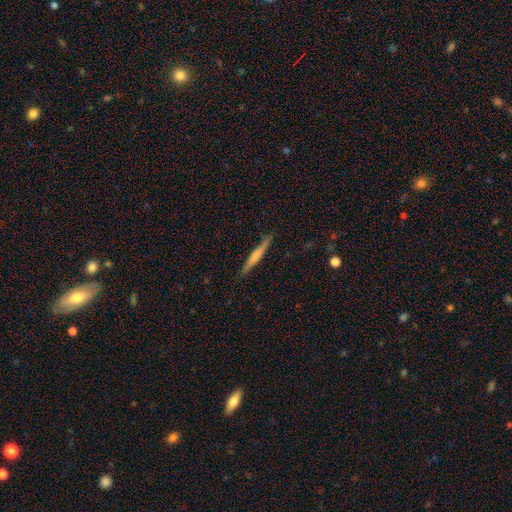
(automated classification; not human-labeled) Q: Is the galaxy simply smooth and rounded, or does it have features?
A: smooth — 56%.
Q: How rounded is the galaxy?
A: cigar-shaped — 95%.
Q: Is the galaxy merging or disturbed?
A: none — 84%.